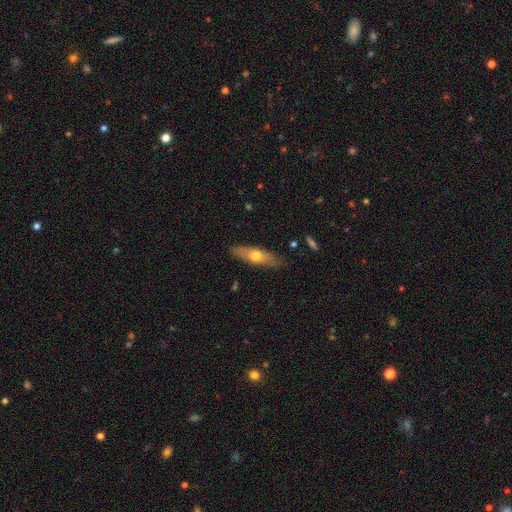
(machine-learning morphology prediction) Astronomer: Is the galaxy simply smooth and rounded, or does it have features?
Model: smooth — 55% (runner-up: featured or disk, 39%).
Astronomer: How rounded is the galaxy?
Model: cigar-shaped — 61% (runner-up: in between, 36%).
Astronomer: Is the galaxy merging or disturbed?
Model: none — 84%.